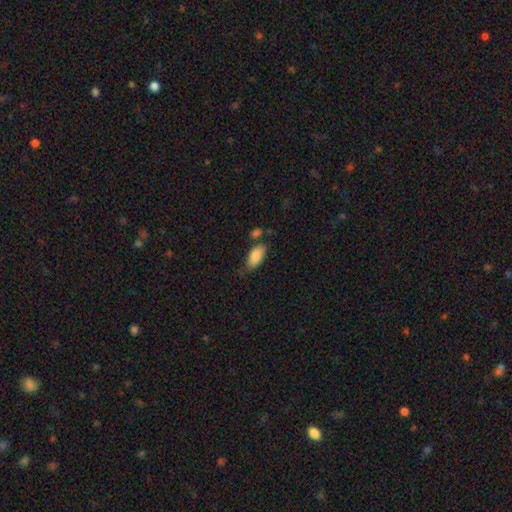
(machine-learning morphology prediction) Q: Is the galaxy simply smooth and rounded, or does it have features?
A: smooth — 86%.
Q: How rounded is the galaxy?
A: in between — 92%.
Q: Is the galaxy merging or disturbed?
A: none — 60%.